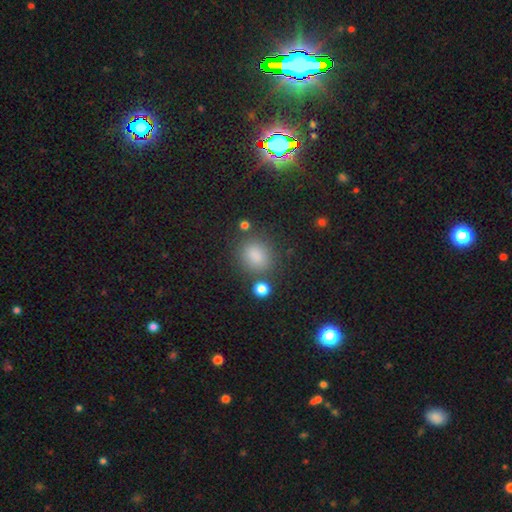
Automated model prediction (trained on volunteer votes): Morphology: type=smooth (82%); roundness=round (57%); merging=none (75%).